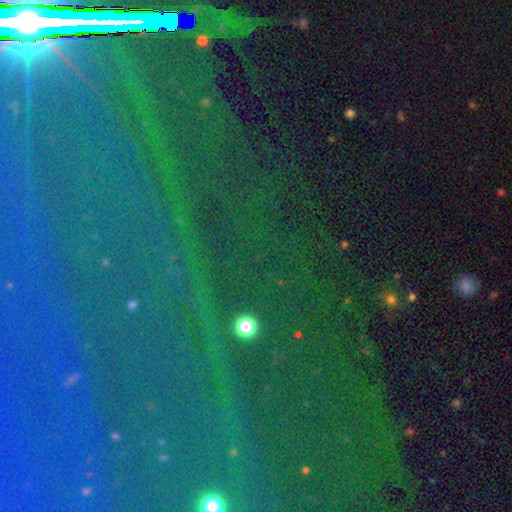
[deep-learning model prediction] Morphology: type=star or artifact (84%).